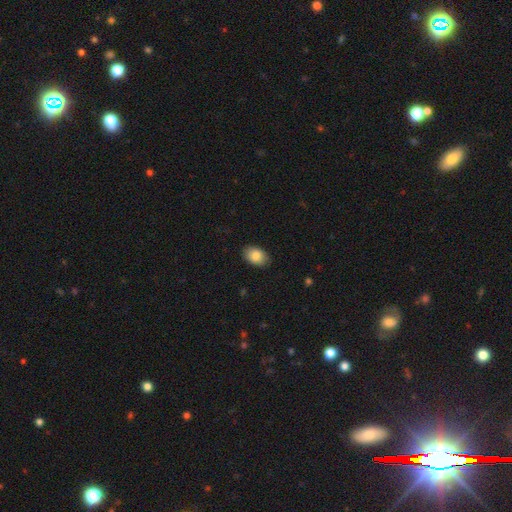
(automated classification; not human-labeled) The model was most divided on "how rounded": in between: 86%, round: 13%, cigar-shaped: 1%. More confident: merging — none (87%); smooth or featured — smooth (85%).